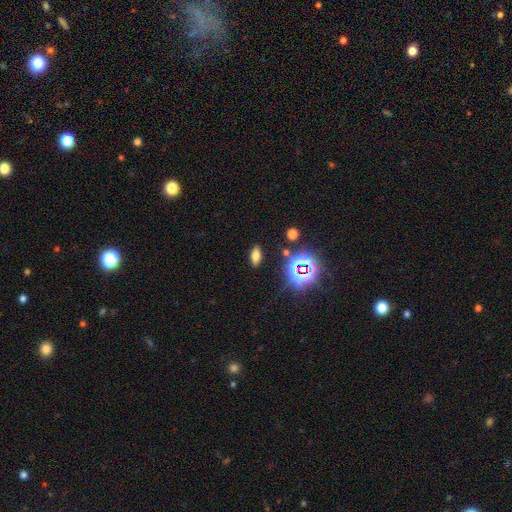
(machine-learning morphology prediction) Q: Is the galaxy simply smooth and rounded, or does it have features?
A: smooth — 59%.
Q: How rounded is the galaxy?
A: in between — 76%.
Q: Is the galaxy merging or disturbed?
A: none — 88%.